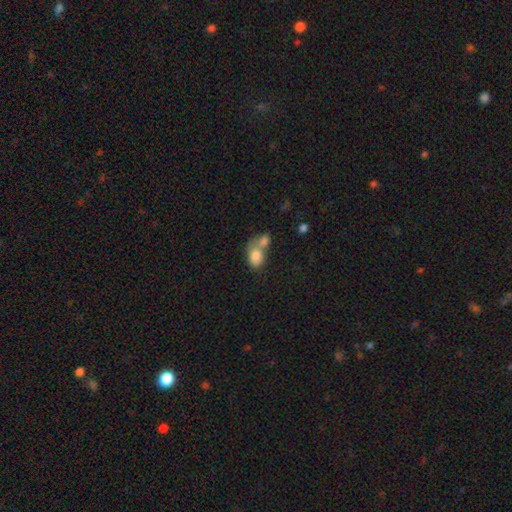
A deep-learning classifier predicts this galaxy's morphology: Smooth or featured?
  - smooth: 81% *
  - featured or disk: 11%
  - star or artifact: 8%
How rounded?
  - in between: 69% *
  - round: 29%
  - cigar-shaped: 1%
Merging?
  - merger: 65% *
  - none: 21%
  - minor disturbance: 8%
  - major disturbance: 5%